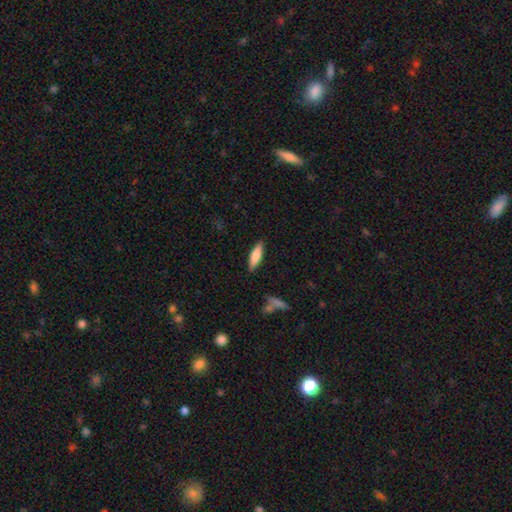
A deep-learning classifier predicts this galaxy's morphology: Smooth or featured?
  - smooth: 79% *
  - featured or disk: 15%
  - star or artifact: 6%
How rounded?
  - cigar-shaped: 52% *
  - in between: 46%
  - round: 2%
Merging?
  - none: 87% *
  - minor disturbance: 9%
  - major disturbance: 2%
  - merger: 2%